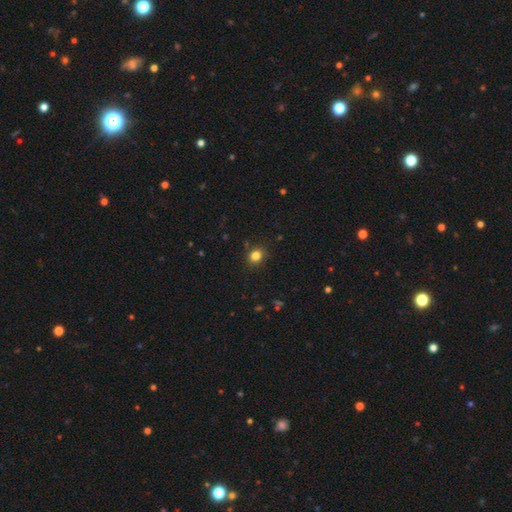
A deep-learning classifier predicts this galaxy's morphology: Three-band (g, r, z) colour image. It shows a smooth galaxy with no disk features (83%) that is round (68%). Merging: none (87%).